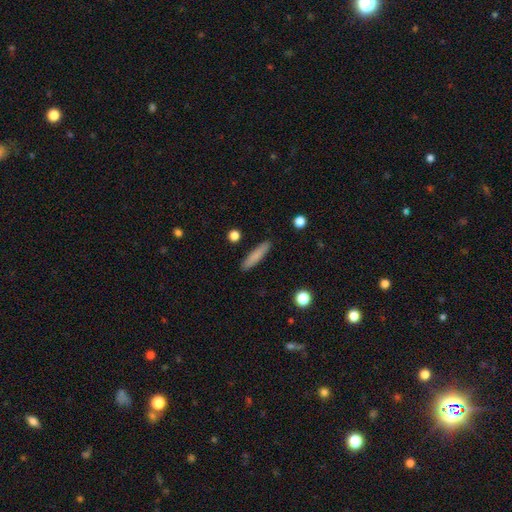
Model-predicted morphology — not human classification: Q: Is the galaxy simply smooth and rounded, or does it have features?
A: smooth — 80%.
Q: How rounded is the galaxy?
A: cigar-shaped — 86%.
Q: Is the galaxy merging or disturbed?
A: none — 90%.